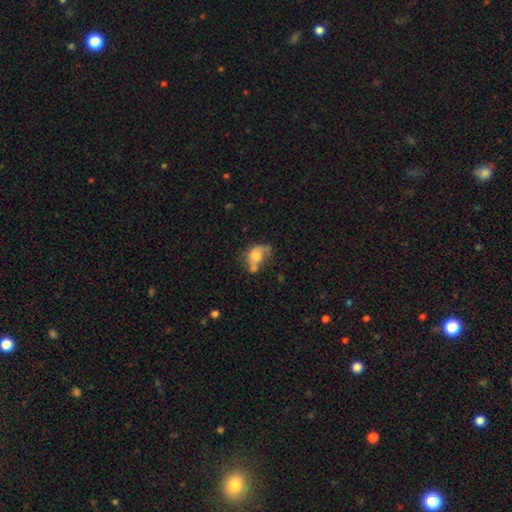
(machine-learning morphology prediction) smooth 62%, featured or disk 27%, star or artifact 11%. Down the decision tree: how rounded — in between (70%); merging — major disturbance (26%).